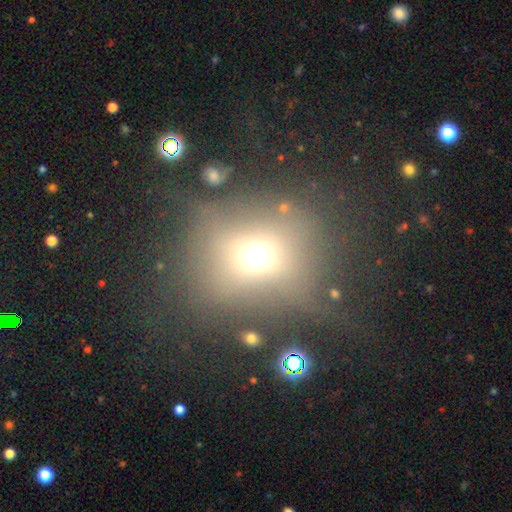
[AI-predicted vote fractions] smooth_or_featured: smooth (p=0.56) [alt: star or artifact p=0.22]
how_rounded: round (p=0.78) [alt: in between p=0.21]
merging: none (p=0.60) [alt: minor disturbance p=0.18]